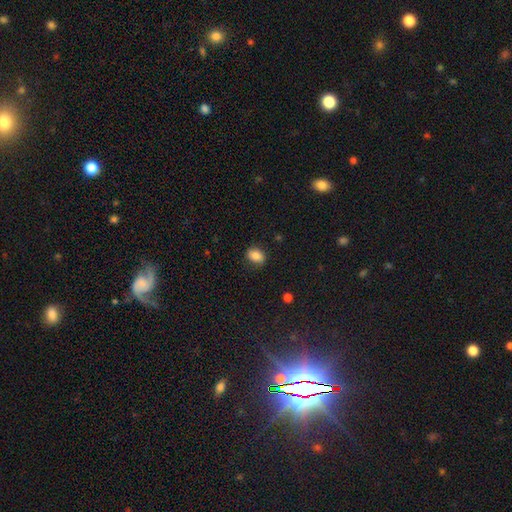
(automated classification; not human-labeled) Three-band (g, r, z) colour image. It shows a smooth galaxy with no disk features (84%) that is in between round and cigar-shaped (72%). Merging: none (80%).